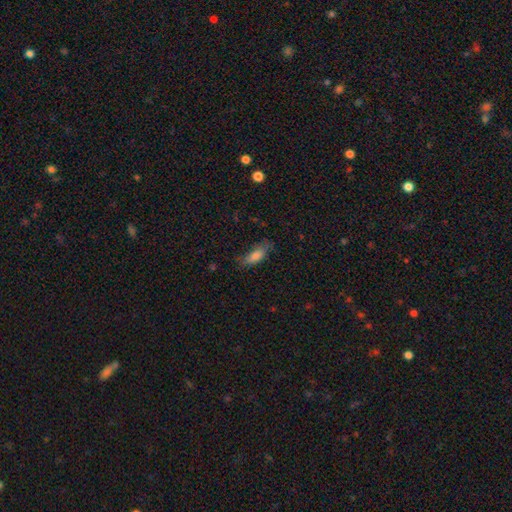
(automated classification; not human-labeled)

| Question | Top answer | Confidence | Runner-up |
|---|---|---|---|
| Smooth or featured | smooth | 77% | featured or disk (14%) |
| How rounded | in between | 72% | cigar-shaped (25%) |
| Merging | none | 63% | minor disturbance (26%) |